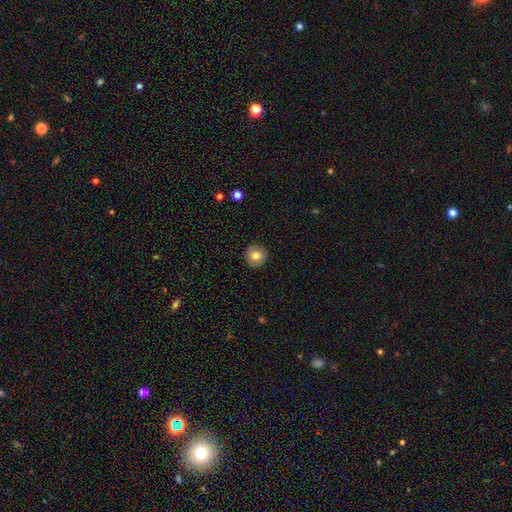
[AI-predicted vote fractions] Smooth or featured? smooth (74%)
How rounded? round (91%)
Merging? none (89%)